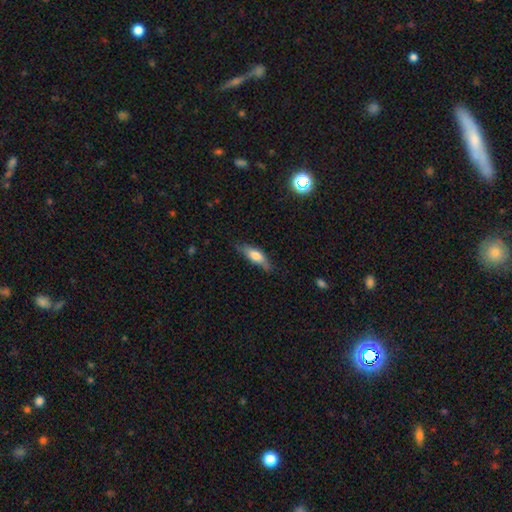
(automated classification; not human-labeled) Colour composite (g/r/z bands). It shows a smooth galaxy with no disk features (65%) that is in between round and cigar-shaped (50%). Merging: none (72%).